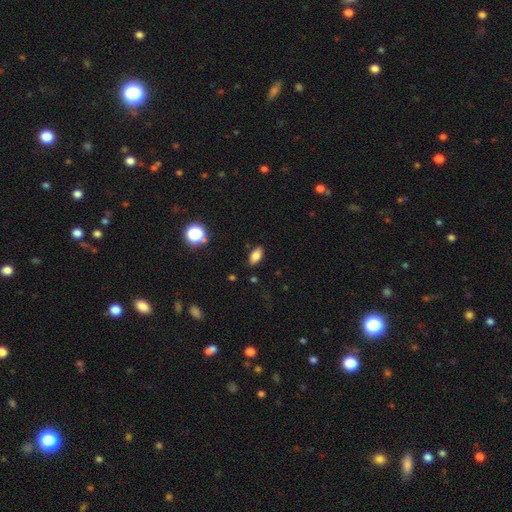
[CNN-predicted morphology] type=smooth (81%); roundness=in between (89%); merging=none (86%).